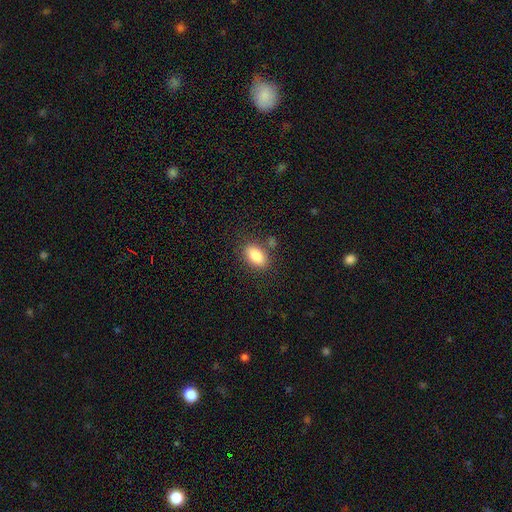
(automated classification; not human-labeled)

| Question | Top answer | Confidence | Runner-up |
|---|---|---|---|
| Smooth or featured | smooth | 86% | star or artifact (8%) |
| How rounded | in between | 90% | round (7%) |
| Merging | none | 79% | minor disturbance (12%) |